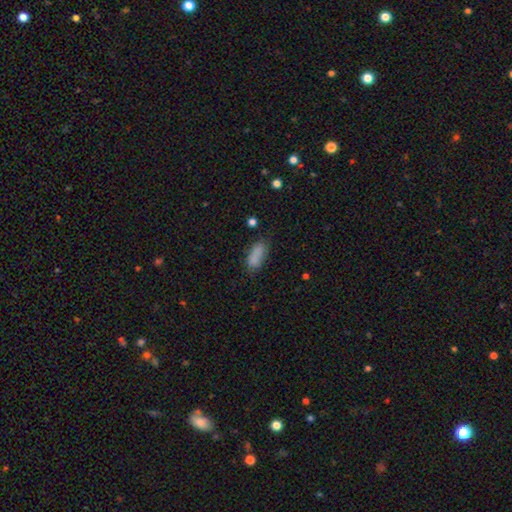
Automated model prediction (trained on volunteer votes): Morphology: type=smooth (83%); roundness=in between (82%); merging=none (62%).